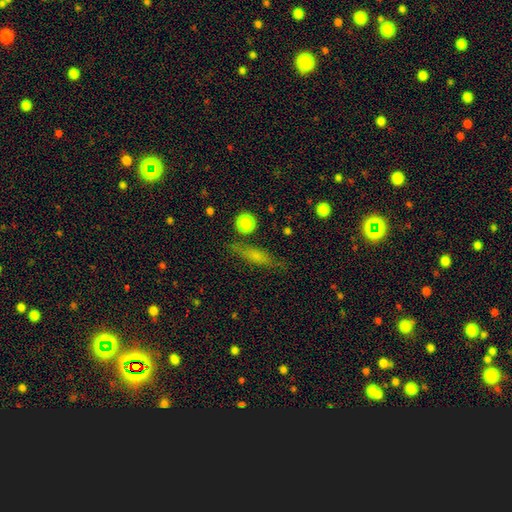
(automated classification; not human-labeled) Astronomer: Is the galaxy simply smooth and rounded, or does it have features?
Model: smooth — 47% (runner-up: featured or disk, 39%).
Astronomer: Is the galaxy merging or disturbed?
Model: none — 80%.